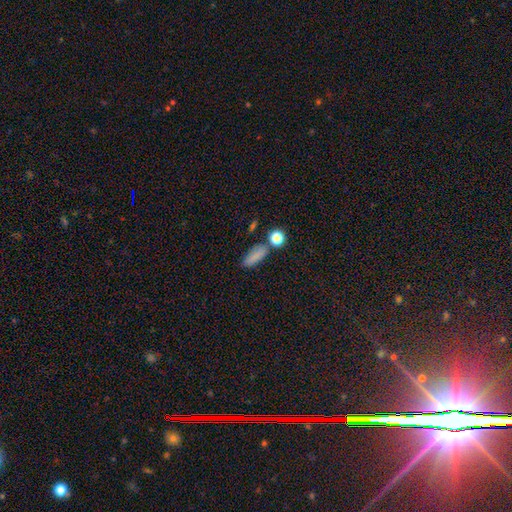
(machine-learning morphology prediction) This appears to be a smooth galaxy with no disk features (81%) that is in between round and cigar-shaped (61%). Merging: none (71%).